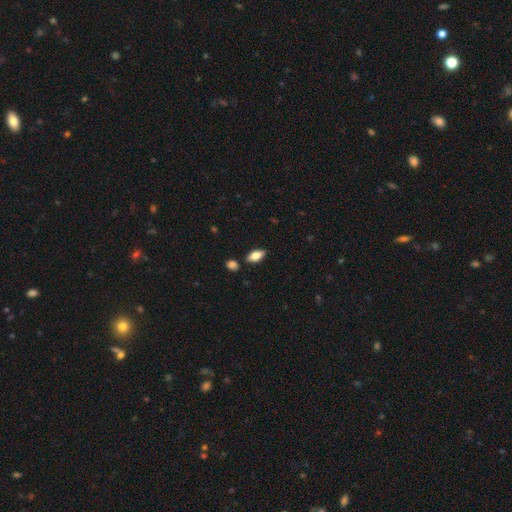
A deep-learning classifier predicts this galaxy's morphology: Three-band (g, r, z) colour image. It shows a smooth galaxy with no disk features (76%) that is in between round and cigar-shaped (89%). Merging: none (84%).